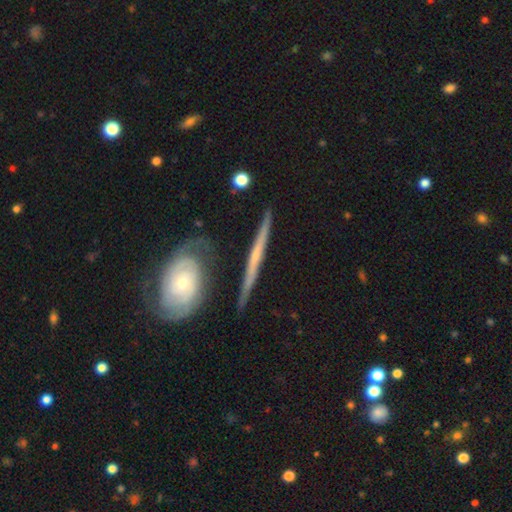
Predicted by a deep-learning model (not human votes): The model was most divided on "edge-on bulge": none: 68%, rounded: 24%, boxy: 8%. More confident: edge-on disk — yes (86%); merging — none (79%); smooth or featured — featured or disk (70%).